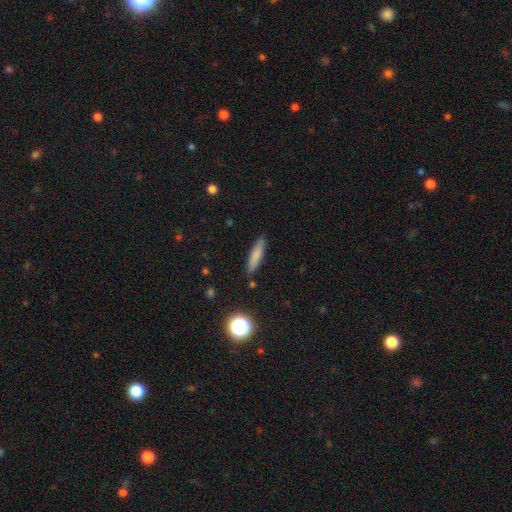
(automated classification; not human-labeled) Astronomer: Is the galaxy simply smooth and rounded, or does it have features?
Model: smooth — 79%.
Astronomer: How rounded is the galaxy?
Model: cigar-shaped — 80%.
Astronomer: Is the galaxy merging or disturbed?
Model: none — 86%.